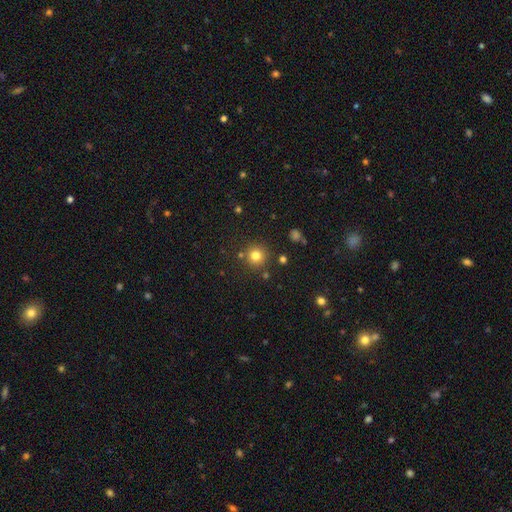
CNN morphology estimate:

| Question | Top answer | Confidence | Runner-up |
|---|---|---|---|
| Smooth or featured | smooth | 79% | star or artifact (15%) |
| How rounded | round | 94% | in between (5%) |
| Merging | none | 84% | minor disturbance (8%) |